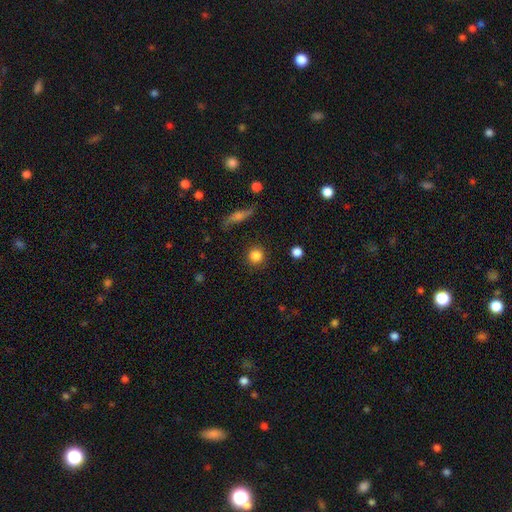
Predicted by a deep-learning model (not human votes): Smooth or featured?
  - smooth: 85% *
  - star or artifact: 10%
  - featured or disk: 6%
How rounded?
  - round: 91% *
  - in between: 7%
  - cigar-shaped: 2%
Merging?
  - none: 88% *
  - minor disturbance: 7%
  - major disturbance: 3%
  - merger: 2%